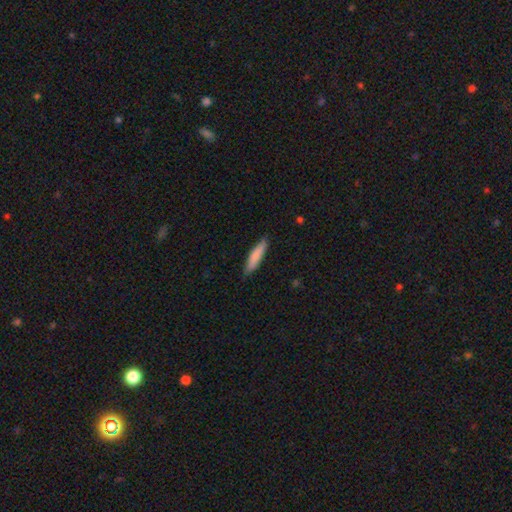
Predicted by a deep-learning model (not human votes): A smooth galaxy with no disk features (81%) that is cigar-shaped (81%). Merging: none (85%).